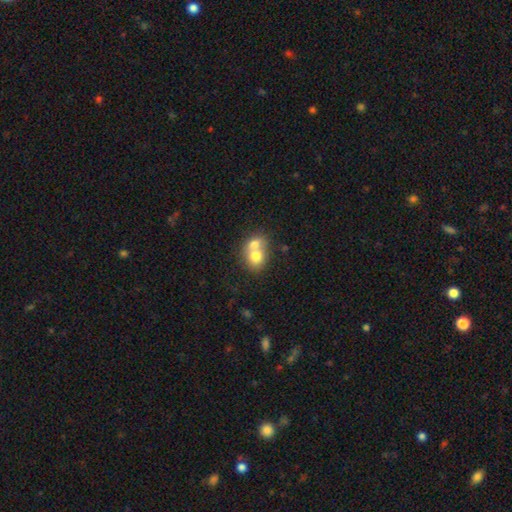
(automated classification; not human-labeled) Morphology: type=smooth (70%); roundness=round (59%); merging=merger (70%).